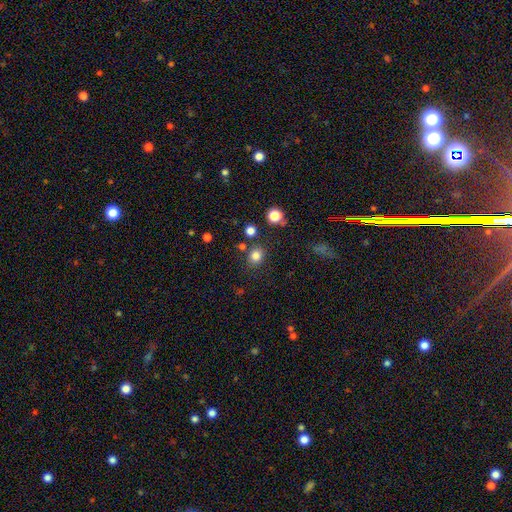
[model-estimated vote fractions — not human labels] Morphology: type=smooth (81%); roundness=round (71%); merging=none (80%).